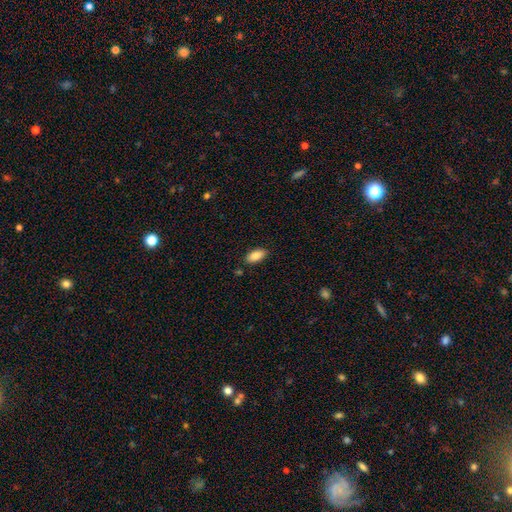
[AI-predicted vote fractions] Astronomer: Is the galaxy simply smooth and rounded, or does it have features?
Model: smooth — 87%.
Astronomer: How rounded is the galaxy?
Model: in between — 91%.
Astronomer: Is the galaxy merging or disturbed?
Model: none — 86%.